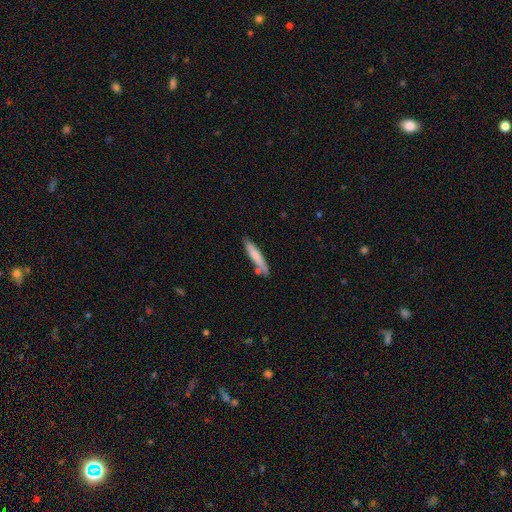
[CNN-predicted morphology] smooth-or-featured: smooth: 74% | featured or disk: 20% | star or artifact: 6%
  how-rounded: cigar-shaped: 90% | in between: 9% | round: 1%
  merging: none: 76% | minor disturbance: 14% | merger: 7% | major disturbance: 3%